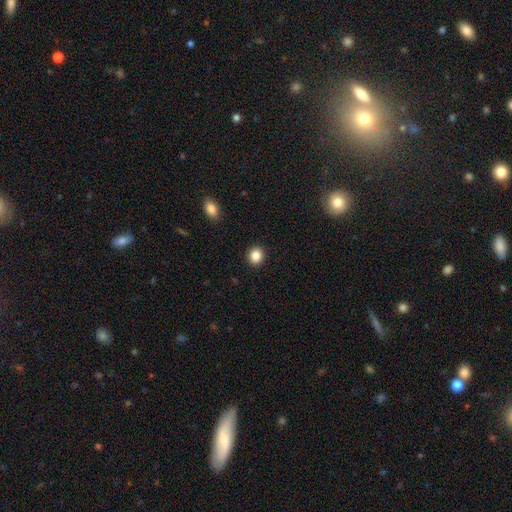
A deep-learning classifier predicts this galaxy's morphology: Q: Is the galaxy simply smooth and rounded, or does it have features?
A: smooth — 86%.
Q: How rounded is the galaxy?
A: round — 79%.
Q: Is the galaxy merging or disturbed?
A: none — 92%.